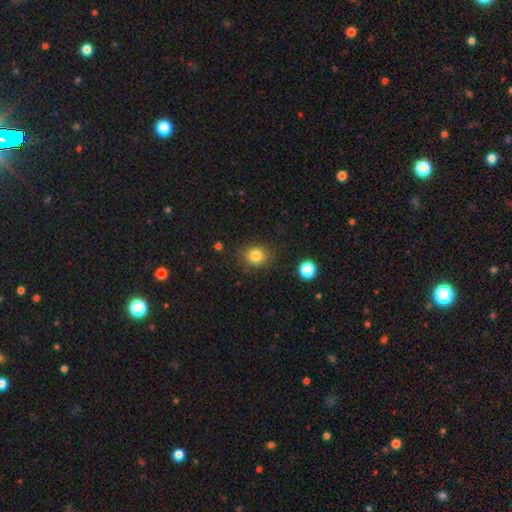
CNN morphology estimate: A smooth galaxy with no disk features (82%) that is round (80%).

Vote fractions:
- Smooth or featured? smooth: 82% / star or artifact: 12% / featured or disk: 6%
- How rounded? round: 80% / in between: 19% / cigar-shaped: 1%
- Merging? none: 86% / minor disturbance: 9% / major disturbance: 3% / merger: 2%